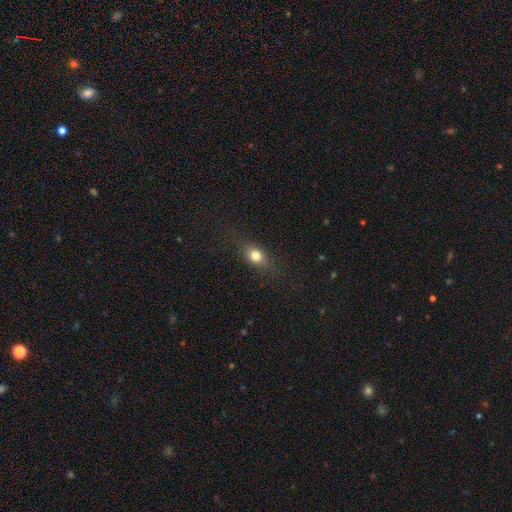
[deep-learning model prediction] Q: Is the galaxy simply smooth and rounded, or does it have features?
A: smooth — 74%.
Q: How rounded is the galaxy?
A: in between — 57%.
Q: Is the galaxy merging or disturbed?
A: none — 78%.